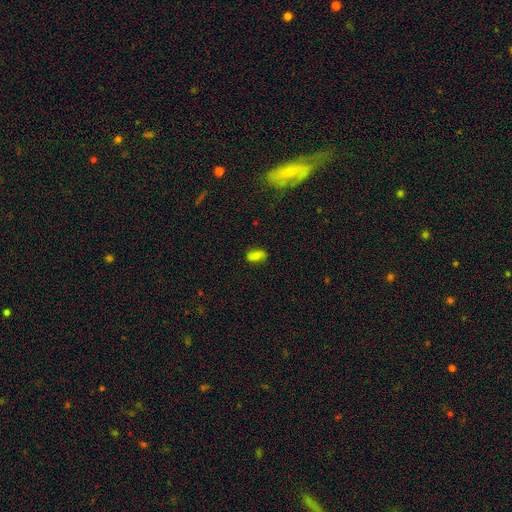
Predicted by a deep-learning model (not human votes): Smooth or featured: smooth — 76% (featured or disk — 12%)
How rounded: in between — 89% (round — 6%)
Merging: none — 79% (minor disturbance — 15%)